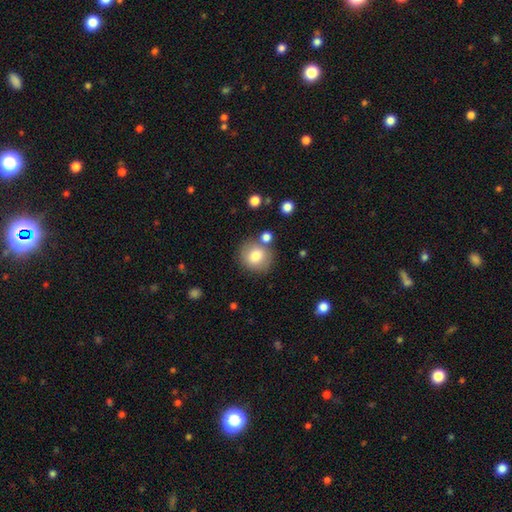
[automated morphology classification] Overall: smooth (79%). How rounded: round (83%). Merging: none (75%).